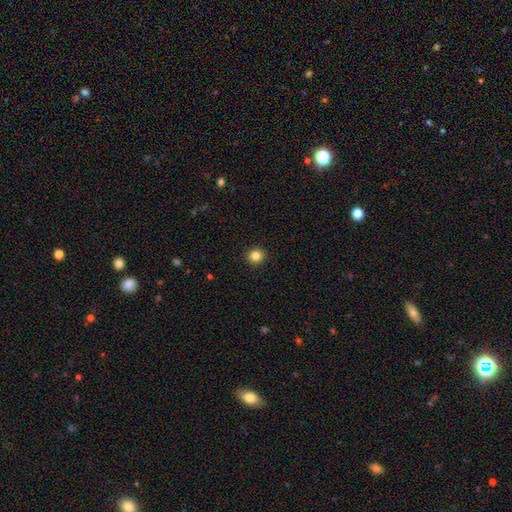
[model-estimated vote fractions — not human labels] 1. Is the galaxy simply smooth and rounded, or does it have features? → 84% smooth, 11% star or artifact, 5% featured or disk.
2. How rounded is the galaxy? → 88% round, 11% in between, 1% cigar-shaped.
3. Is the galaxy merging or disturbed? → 92% none, 5% minor disturbance, 2% major disturbance, 1% merger.